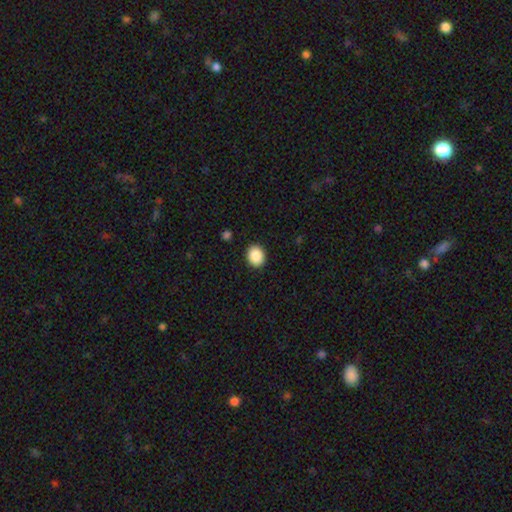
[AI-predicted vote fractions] smooth 88%, star or artifact 8%, featured or disk 4%. Down the decision tree: how rounded — round (58%); merging — none (90%).